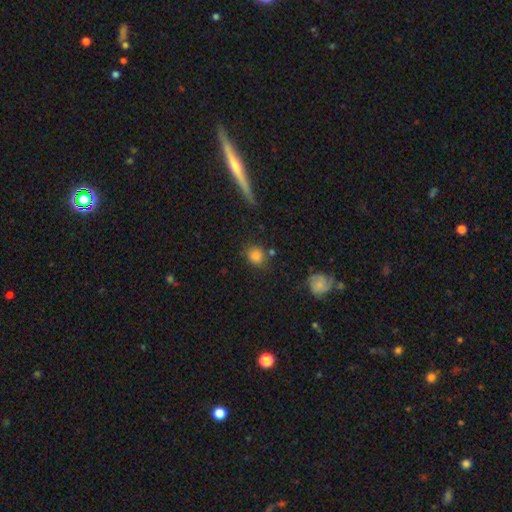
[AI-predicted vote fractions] Q: Smooth or featured?
A: smooth (82%); runner-up: star or artifact (11%)
Q: How rounded?
A: round (73%); runner-up: in between (26%)
Q: Merging?
A: none (75%); runner-up: minor disturbance (14%)